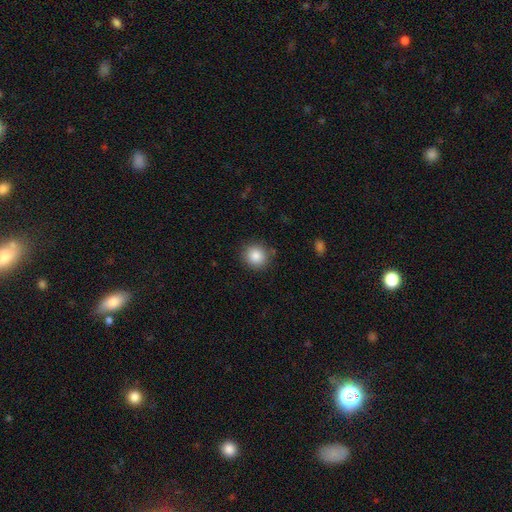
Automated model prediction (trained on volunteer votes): Smooth or featured? smooth (86%)
How rounded? round (89%)
Merging? none (87%)